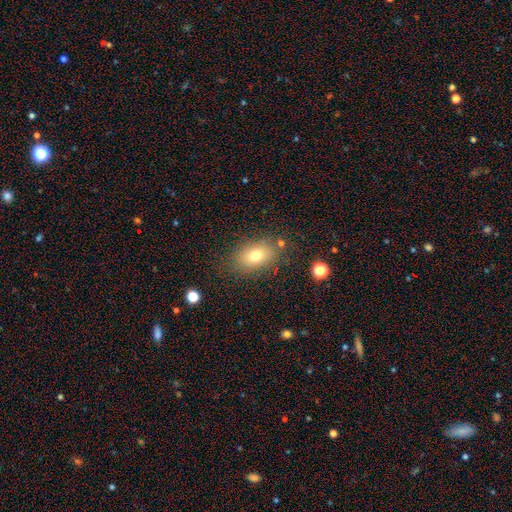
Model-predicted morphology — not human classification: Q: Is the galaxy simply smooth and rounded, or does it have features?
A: smooth — 74%.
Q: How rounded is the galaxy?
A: in between — 81%.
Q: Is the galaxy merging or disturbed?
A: none — 78%.